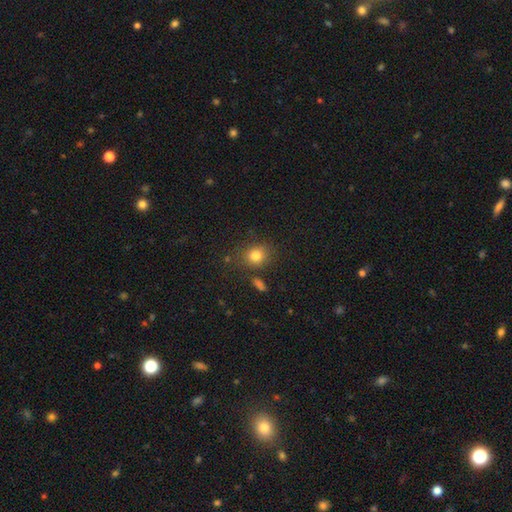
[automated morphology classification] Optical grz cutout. It shows a smooth galaxy with no disk features (81%) that is round (70%). Merging: none (78%).